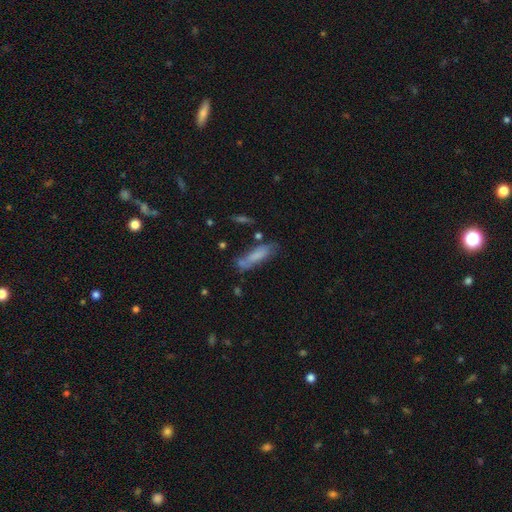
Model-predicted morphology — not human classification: Smooth or featured: smooth — 67% (featured or disk — 23%)
How rounded: cigar-shaped — 62% (in between — 36%)
Merging: none — 57% (minor disturbance — 23%)